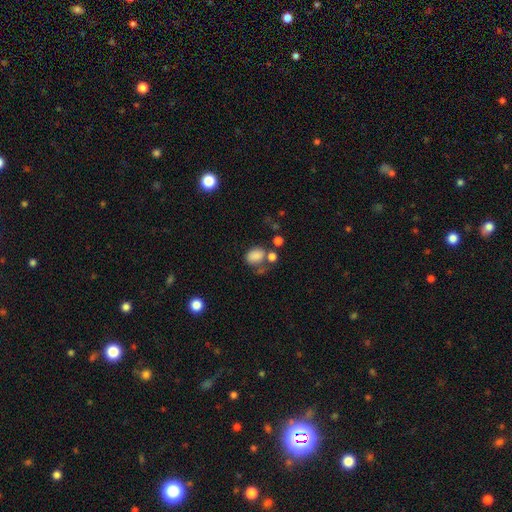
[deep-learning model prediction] This is clearly a smooth galaxy (81%). How rounded: likely in between (68%). Merging: possibly none (45%).